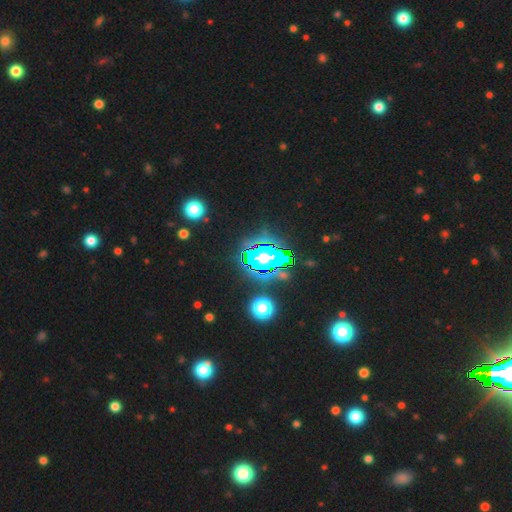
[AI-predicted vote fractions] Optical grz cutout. It shows a star or artifact, not a galaxy (63%).